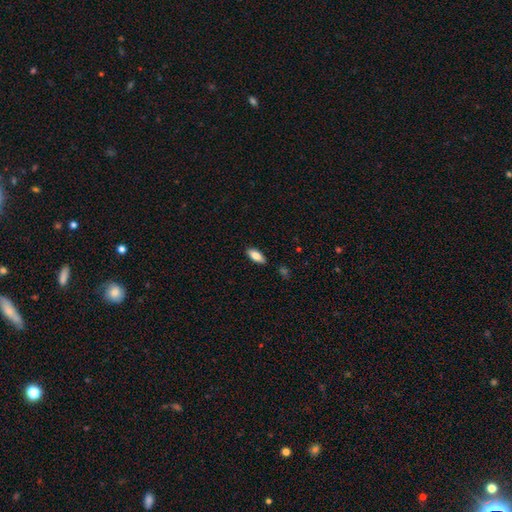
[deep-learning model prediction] Smooth or featured: smooth — 81% (featured or disk — 13%)
How rounded: in between — 82% (cigar-shaped — 15%)
Merging: none — 87% (minor disturbance — 10%)